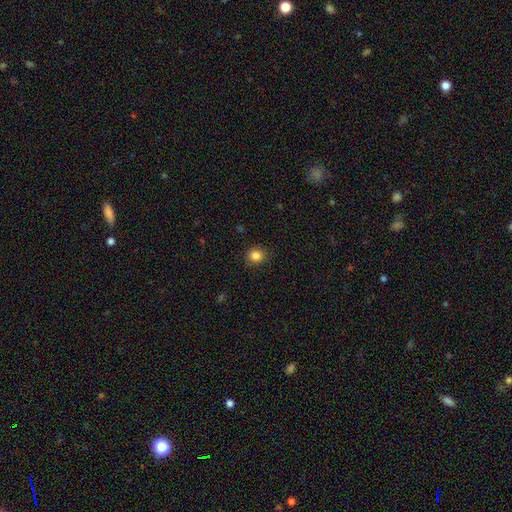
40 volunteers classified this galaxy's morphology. This is clearly a smooth galaxy (88%). How rounded: clearly round (97%). Merging: clearly none (94%).